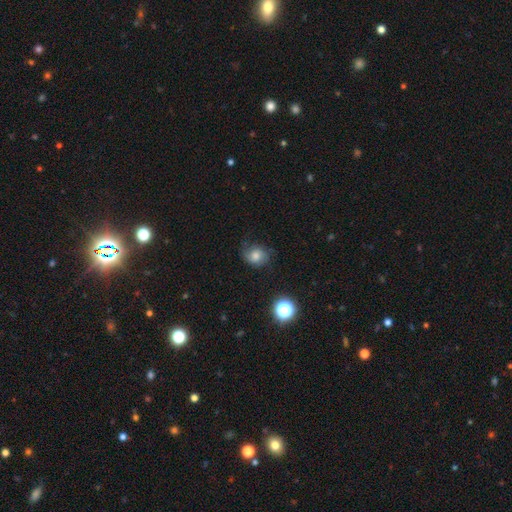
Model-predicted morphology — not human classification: Smooth or featured? Predicted: smooth (p=0.63). How rounded? Predicted: round (p=0.65). Merging? Predicted: none (p=0.63).